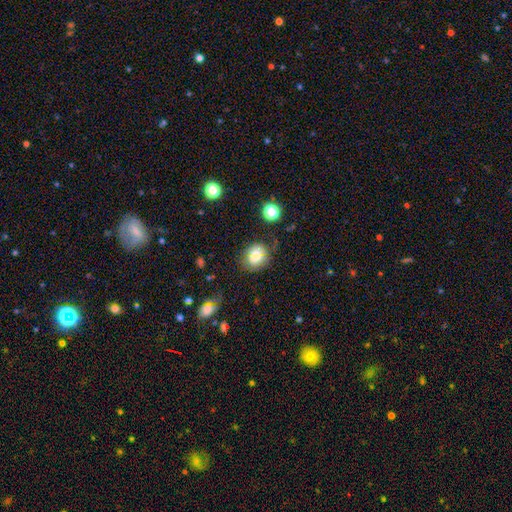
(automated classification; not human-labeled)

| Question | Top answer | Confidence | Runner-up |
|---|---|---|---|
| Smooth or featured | smooth | 76% | featured or disk (12%) |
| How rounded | round | 64% | in between (35%) |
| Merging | none | 66% | minor disturbance (22%) |